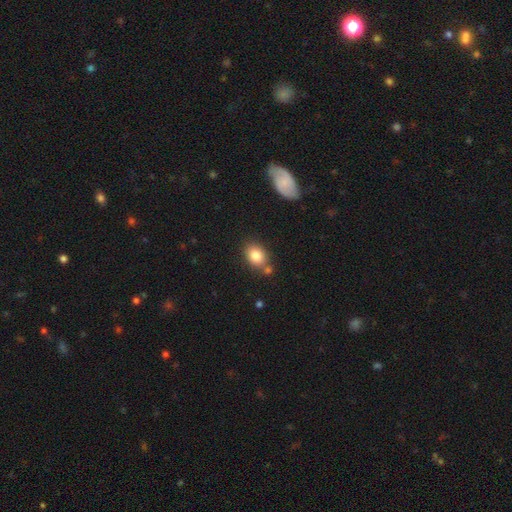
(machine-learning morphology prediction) Smooth or featured: smooth — 83% (star or artifact — 9%)
How rounded: in between — 66% (round — 33%)
Merging: none — 68% (merger — 15%)